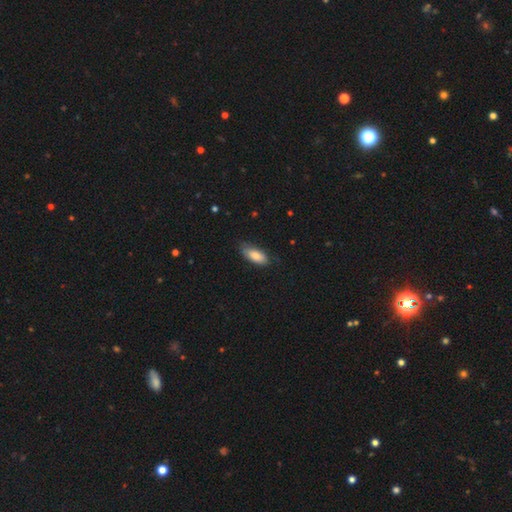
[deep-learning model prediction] Smooth or featured: smooth — 81% (featured or disk — 13%)
How rounded: in between — 81% (cigar-shaped — 17%)
Merging: none — 71% (minor disturbance — 24%)